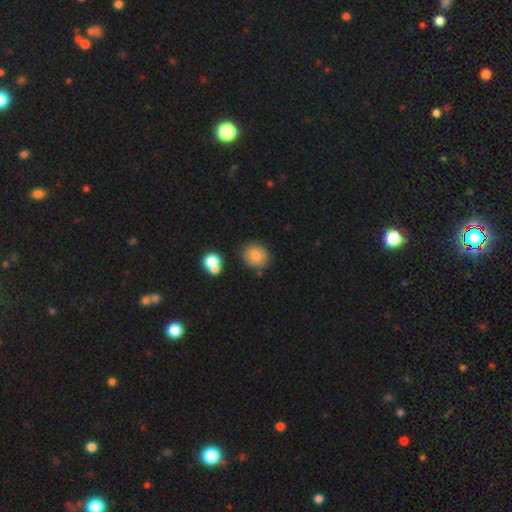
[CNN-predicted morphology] Smooth or featured: smooth — 77% (featured or disk — 14%)
How rounded: round — 72% (in between — 27%)
Merging: none — 78% (minor disturbance — 13%)